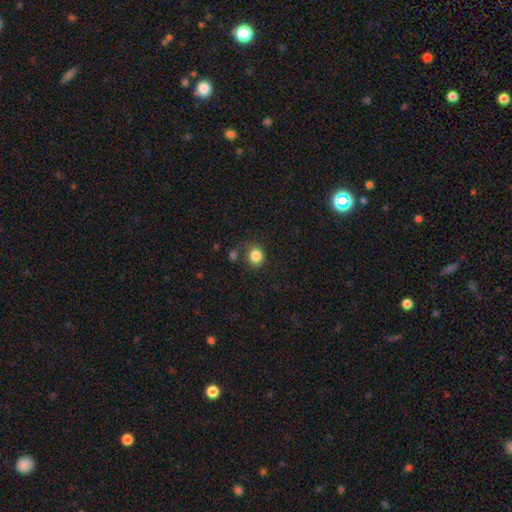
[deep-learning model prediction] Smooth or featured: smooth — 85% (star or artifact — 11%)
How rounded: round — 82% (in between — 17%)
Merging: none — 68% (minor disturbance — 17%)